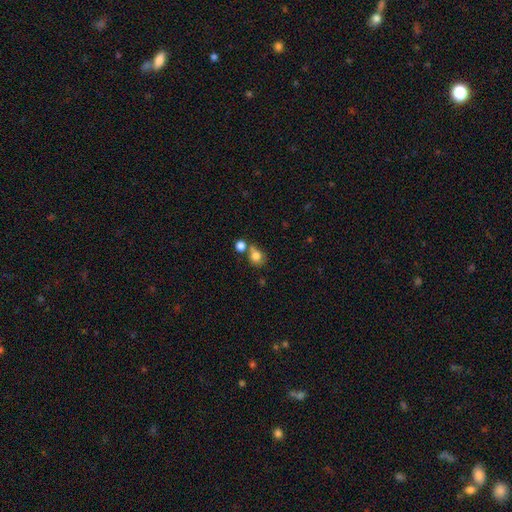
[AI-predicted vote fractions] This appears to be a smooth galaxy with no disk features (79%) that is round (72%). Merging: none (48%).